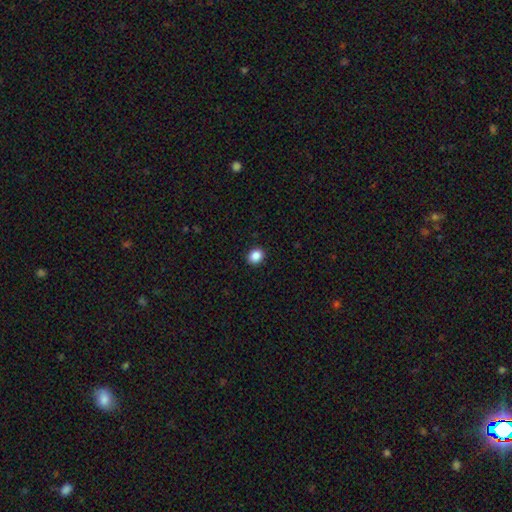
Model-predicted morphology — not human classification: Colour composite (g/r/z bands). It shows a smooth galaxy with no disk features (87%) that is round (64%). Merging: none (92%).